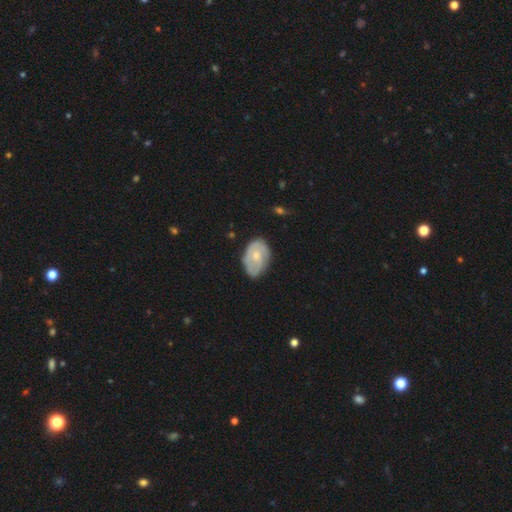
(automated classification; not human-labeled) A featured or disk galaxy (48%).

Vote fractions:
- Smooth or featured? featured or disk: 48% / smooth: 46% / star or artifact: 6%
- Merging? none: 68% / minor disturbance: 25% / major disturbance: 6% / merger: 1%